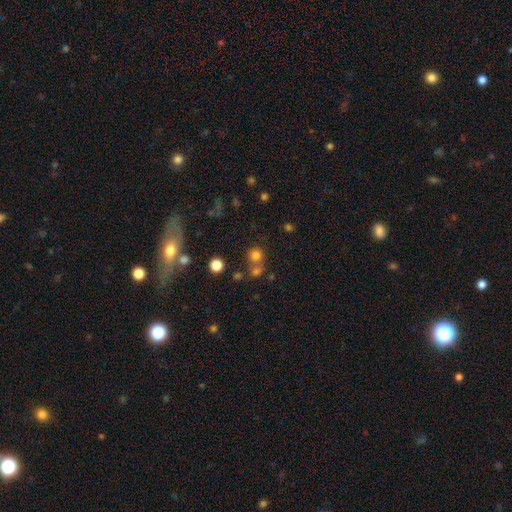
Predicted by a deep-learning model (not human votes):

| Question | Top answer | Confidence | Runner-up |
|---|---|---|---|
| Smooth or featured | smooth | 73% | star or artifact (19%) |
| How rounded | round | 88% | in between (11%) |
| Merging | none | 55% | merger (33%) |